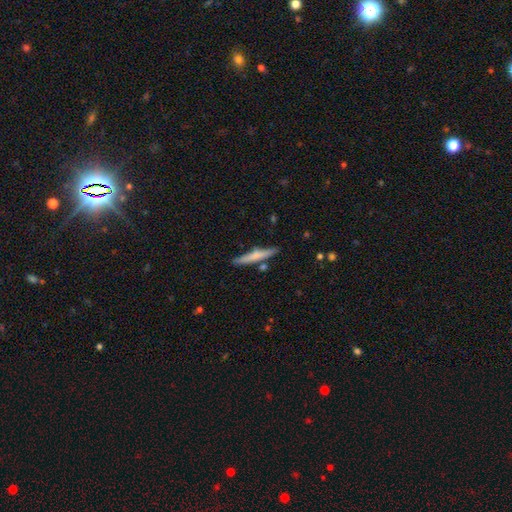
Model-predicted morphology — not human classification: Q: Smooth or featured?
A: smooth (58%); runner-up: featured or disk (37%)
Q: How rounded?
A: cigar-shaped (94%); runner-up: in between (4%)
Q: Merging?
A: none (82%); runner-up: minor disturbance (10%)